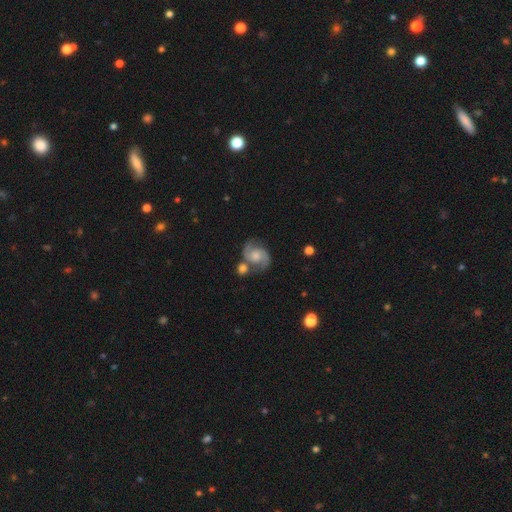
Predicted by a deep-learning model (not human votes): This is clearly a featured or disk galaxy (83%). It is clearly not viewed edge-on (98%). Bar: likely no (64%). Spiral arm pattern: clearly yes (96%). Spiral arm count: clearly 2 (92%). Spiral winding: possibly medium (57%). Central bulge: possibly moderate (48%). Merging: likely none (61%).